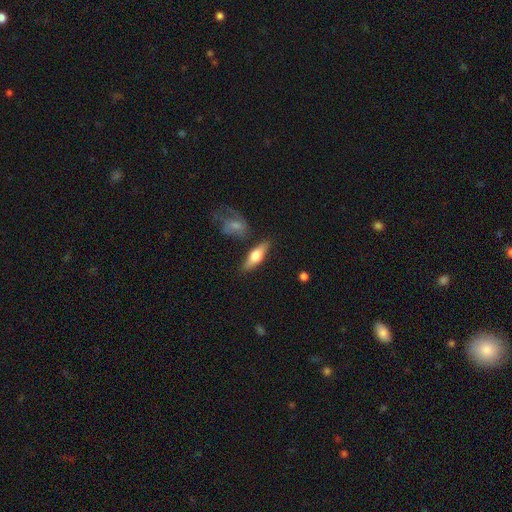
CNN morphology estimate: Smooth or featured?
  - smooth: 55% *
  - featured or disk: 39%
  - star or artifact: 6%
How rounded?
  - in between: 53% *
  - cigar-shaped: 43%
  - round: 4%
Merging?
  - none: 76% *
  - minor disturbance: 14%
  - merger: 6%
  - major disturbance: 4%